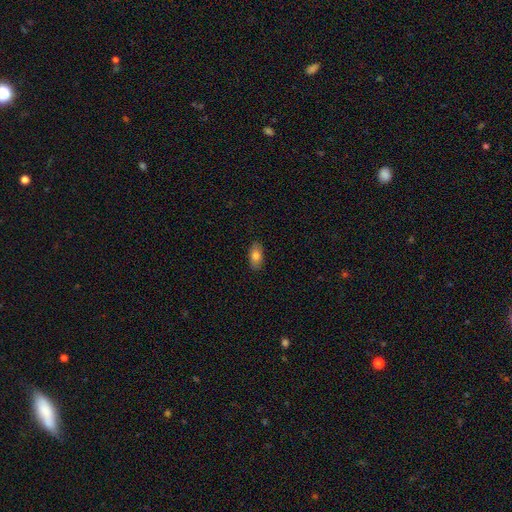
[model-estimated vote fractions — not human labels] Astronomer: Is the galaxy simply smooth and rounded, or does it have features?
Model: smooth — 80%.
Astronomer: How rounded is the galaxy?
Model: in between — 92%.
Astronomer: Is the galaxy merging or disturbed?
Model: none — 88%.